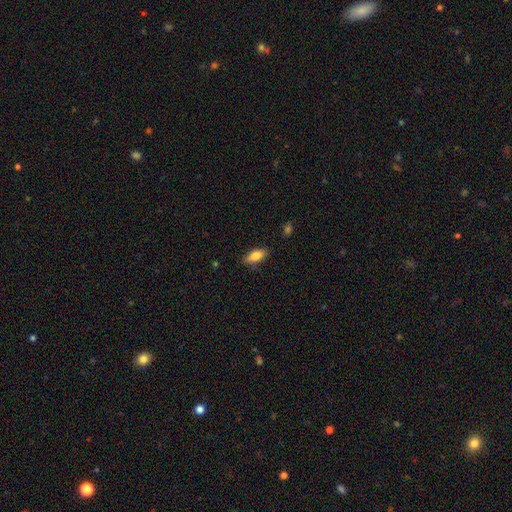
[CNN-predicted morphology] Smooth or featured? smooth (83%)
How rounded? in between (81%)
Merging? none (82%)